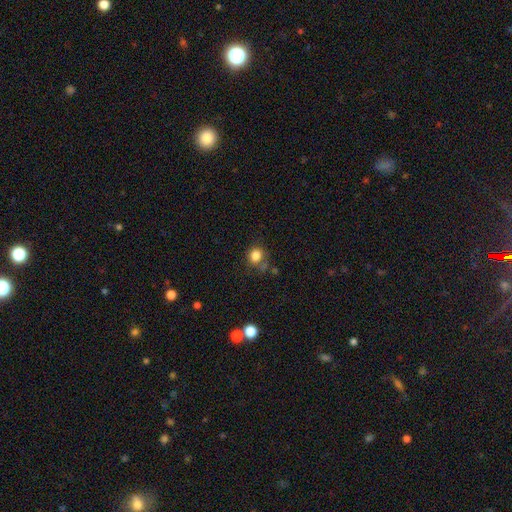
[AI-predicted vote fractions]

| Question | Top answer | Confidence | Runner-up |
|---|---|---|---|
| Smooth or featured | smooth | 82% | star or artifact (12%) |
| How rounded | round | 78% | in between (21%) |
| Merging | none | 67% | minor disturbance (18%) |